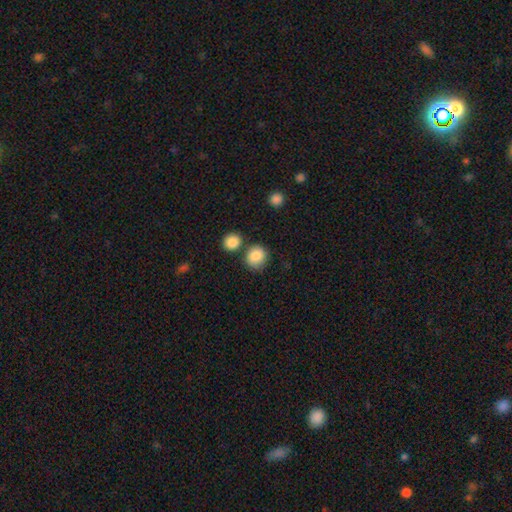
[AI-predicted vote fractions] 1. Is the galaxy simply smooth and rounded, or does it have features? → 86% smooth, 8% star or artifact, 5% featured or disk.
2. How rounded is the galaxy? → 82% round, 17% in between, 1% cigar-shaped.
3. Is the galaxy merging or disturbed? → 70% none, 14% merger, 12% minor disturbance, 4% major disturbance.